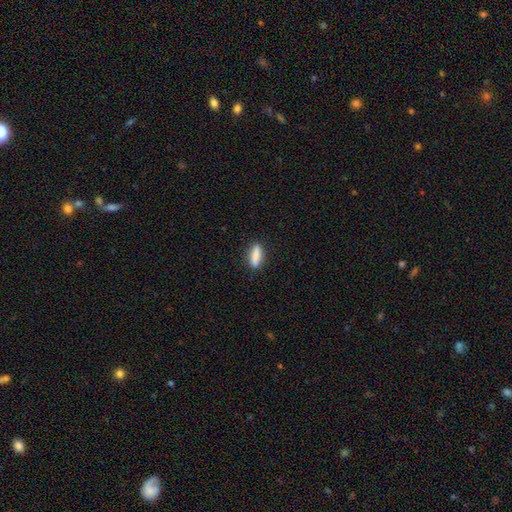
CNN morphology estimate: Smooth or featured: smooth — 82% (featured or disk — 11%)
How rounded: cigar-shaped — 61% (in between — 36%)
Merging: none — 86% (minor disturbance — 10%)